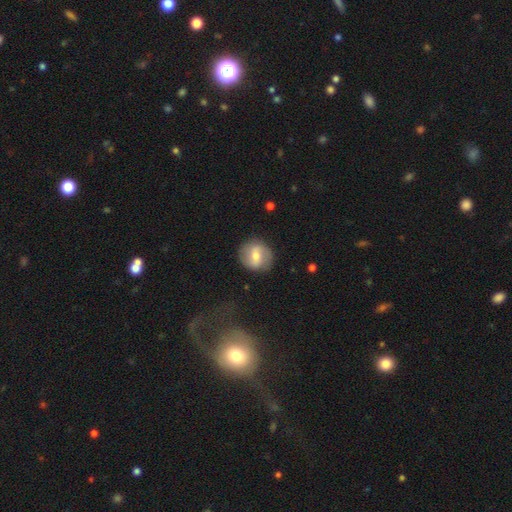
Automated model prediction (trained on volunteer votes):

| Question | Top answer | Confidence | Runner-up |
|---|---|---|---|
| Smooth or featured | featured or disk | 47% | smooth (46%) |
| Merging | none | 86% | minor disturbance (10%) |